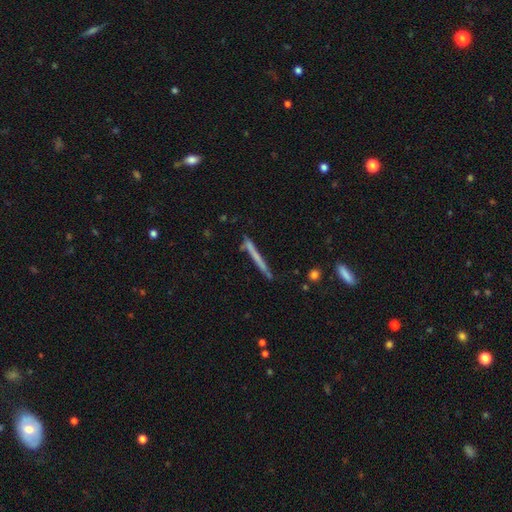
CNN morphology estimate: Smooth or featured: smooth — 49% (featured or disk — 43%)
Merging: none — 80% (minor disturbance — 14%)